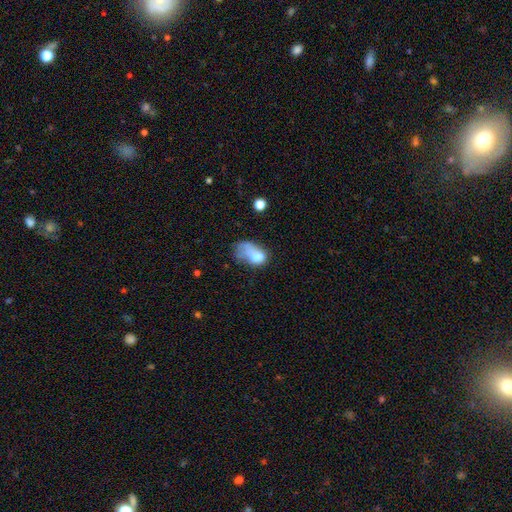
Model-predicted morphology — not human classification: smooth-or-featured: smooth: 62% | featured or disk: 27% | star or artifact: 11%
  how-rounded: in between: 84% | round: 15% | cigar-shaped: 2%
  merging: major disturbance: 41% | minor disturbance: 21% | merger: 19% | none: 18%